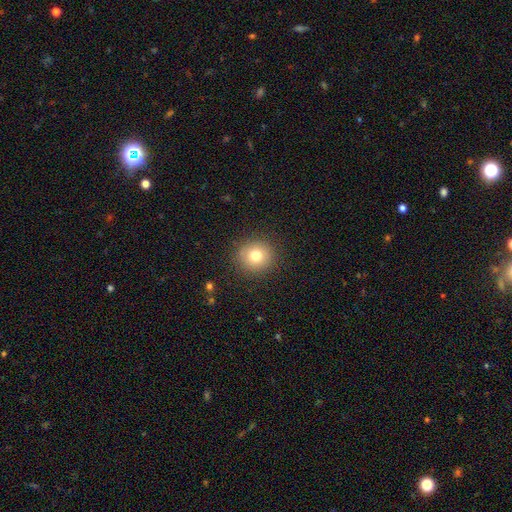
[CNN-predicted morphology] This is likely a smooth galaxy (78%). How rounded: clearly round (91%). Merging: clearly none (89%).